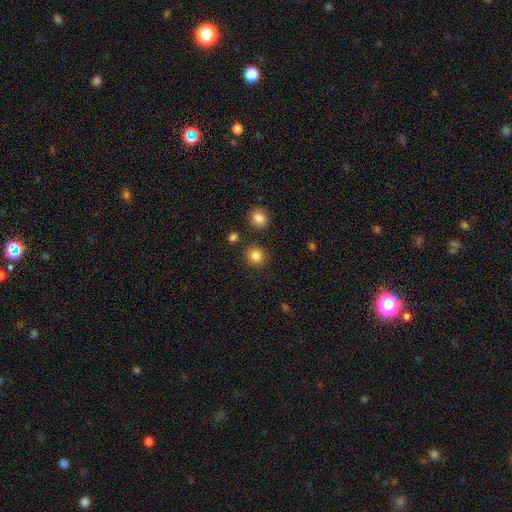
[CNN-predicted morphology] This is clearly a smooth galaxy (84%). How rounded: clearly round (93%). Merging: clearly none (88%).